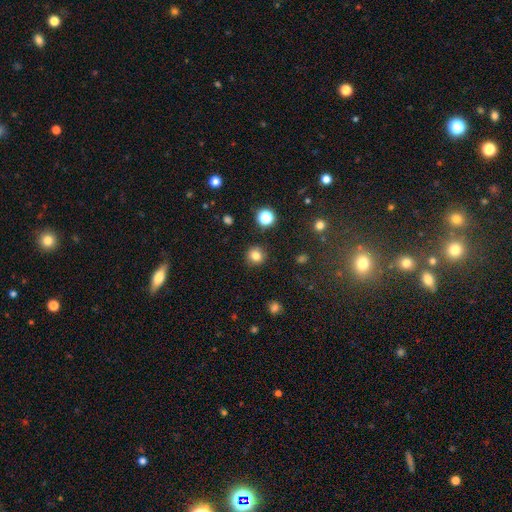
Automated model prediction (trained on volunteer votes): Q: Smooth or featured?
A: smooth (81%); runner-up: star or artifact (13%)
Q: How rounded?
A: round (89%); runner-up: in between (10%)
Q: Merging?
A: none (89%); runner-up: minor disturbance (7%)